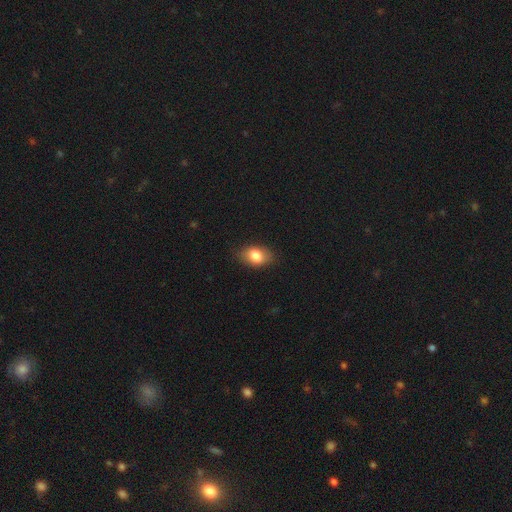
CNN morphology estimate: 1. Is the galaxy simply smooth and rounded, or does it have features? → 81% smooth, 11% featured or disk, 8% star or artifact.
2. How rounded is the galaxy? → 84% in between, 14% round, 2% cigar-shaped.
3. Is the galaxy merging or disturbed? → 81% none, 14% minor disturbance, 3% major disturbance, 1% merger.